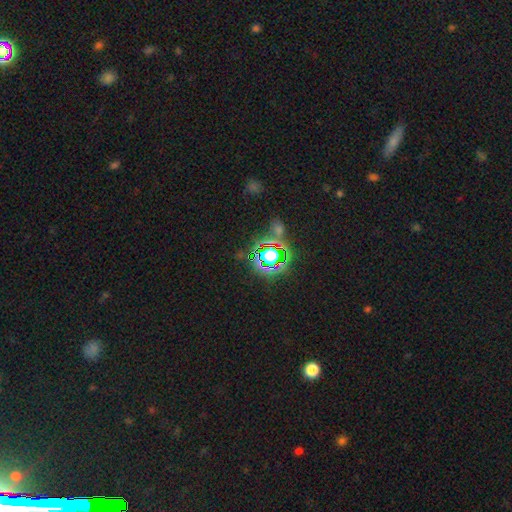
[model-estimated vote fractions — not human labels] Smooth or featured?
  - star or artifact: 77% *
  - smooth: 14%
  - featured or disk: 9%